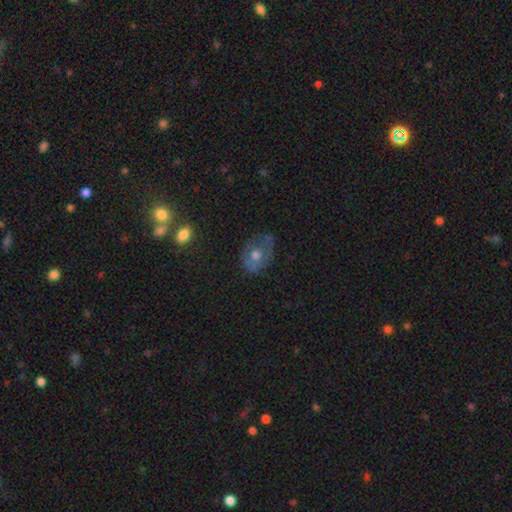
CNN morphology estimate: smooth-or-featured: featured or disk: 45% | smooth: 44% | star or artifact: 11%
  merging: none: 64% | minor disturbance: 23% | major disturbance: 9% | merger: 3%